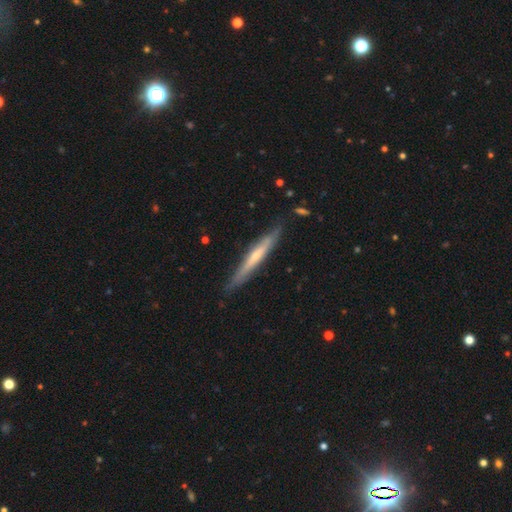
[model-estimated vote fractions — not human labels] Smooth or featured?
  - featured or disk: 59% *
  - smooth: 36%
  - star or artifact: 6%
Edge-on disk?
  - yes: 93% *
  - no: 7%
Edge-on bulge?
  - none: 47% *
  - rounded: 46%
  - boxy: 7%
Merging?
  - none: 84% *
  - minor disturbance: 13%
  - major disturbance: 2%
  - merger: 2%